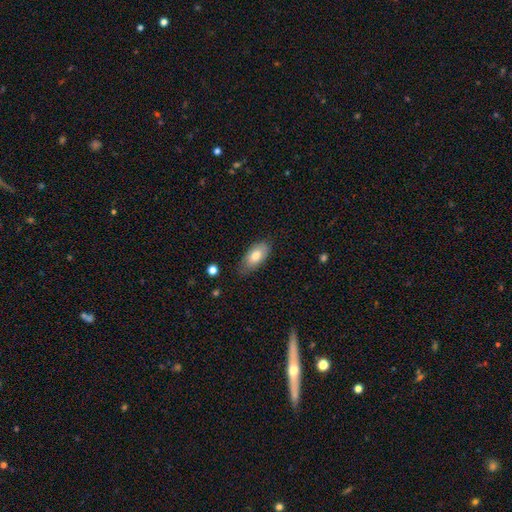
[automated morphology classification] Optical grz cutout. It shows a smooth galaxy with no disk features (77%) that is in between round and cigar-shaped (91%). Merging: none (75%).